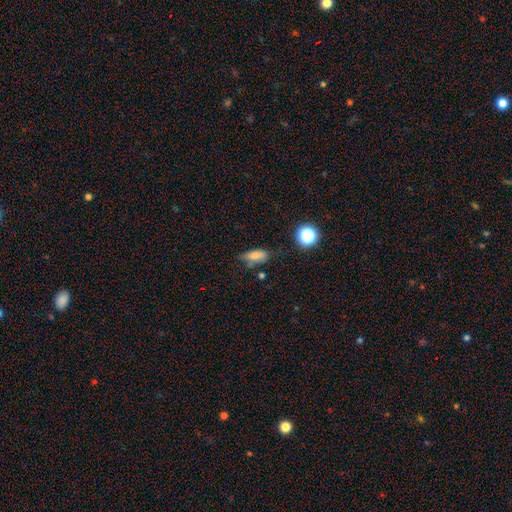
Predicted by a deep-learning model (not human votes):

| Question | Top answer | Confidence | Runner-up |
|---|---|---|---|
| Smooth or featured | smooth | 75% | featured or disk (13%) |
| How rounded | in between | 75% | cigar-shaped (18%) |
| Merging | none | 55% | minor disturbance (30%) |